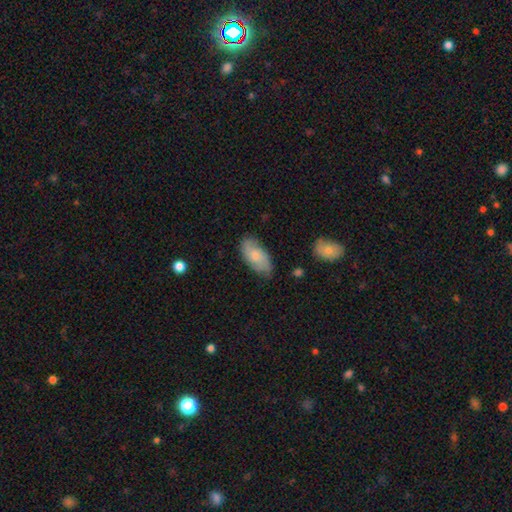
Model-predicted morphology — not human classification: A smooth galaxy with no disk features (61%) that is in between round and cigar-shaped (92%). Merging: none (74%).